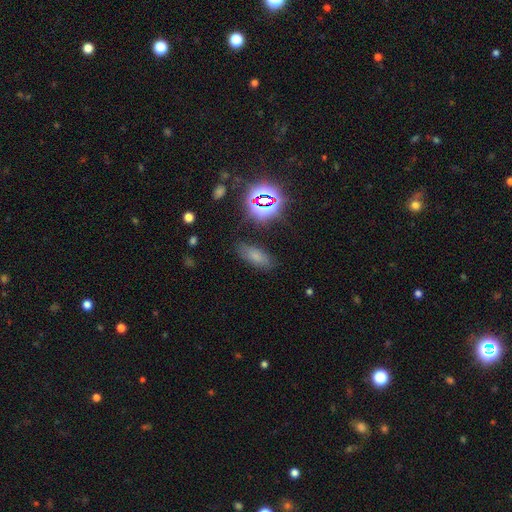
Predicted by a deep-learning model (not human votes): Smooth or featured: smooth — 67% (star or artifact — 21%)
How rounded: in between — 79% (cigar-shaped — 16%)
Merging: none — 78% (minor disturbance — 14%)